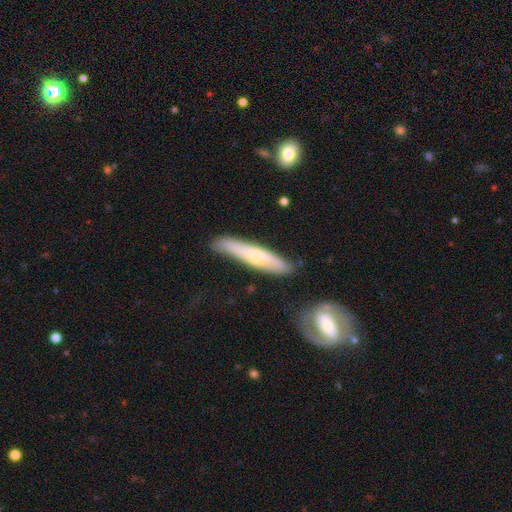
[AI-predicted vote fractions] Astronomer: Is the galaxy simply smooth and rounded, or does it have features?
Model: smooth — 49% (runner-up: featured or disk, 46%).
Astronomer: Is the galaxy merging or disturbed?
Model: none — 77%.